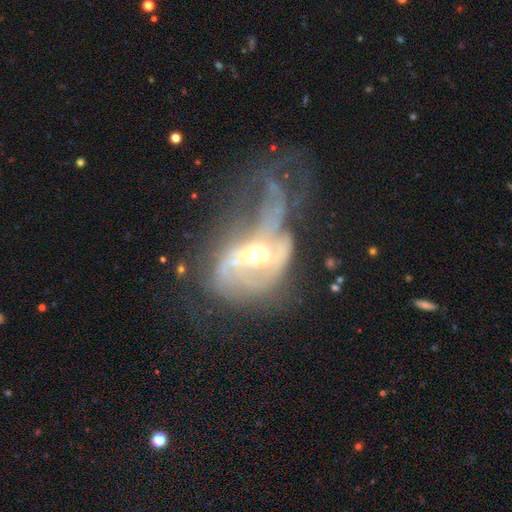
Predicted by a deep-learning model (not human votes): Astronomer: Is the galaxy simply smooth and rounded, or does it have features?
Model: featured or disk — 70%.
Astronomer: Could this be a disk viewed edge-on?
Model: no — 95%.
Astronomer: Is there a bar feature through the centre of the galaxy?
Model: no — 57% (runner-up: weak, 32%).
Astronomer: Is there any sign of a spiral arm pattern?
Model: yes — 50%, tied with no at 50%.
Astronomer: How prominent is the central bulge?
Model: moderate — 49% (runner-up: small, 37%).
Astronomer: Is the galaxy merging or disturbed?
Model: major disturbance — 51% (runner-up: merger, 29%).